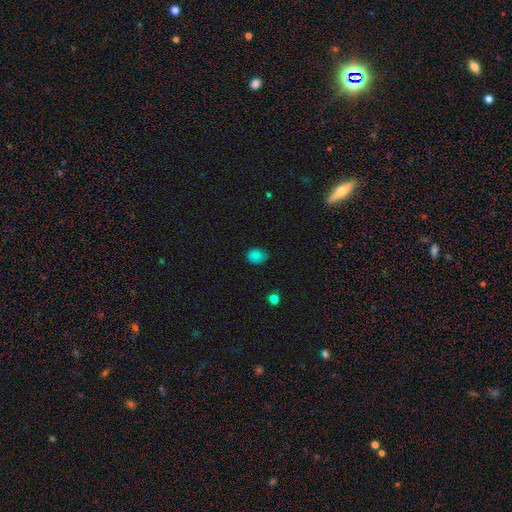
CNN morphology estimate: Smooth or featured? Predicted: smooth (p=0.83). How rounded? Predicted: in between (p=0.58). Merging? Predicted: none (p=0.67).